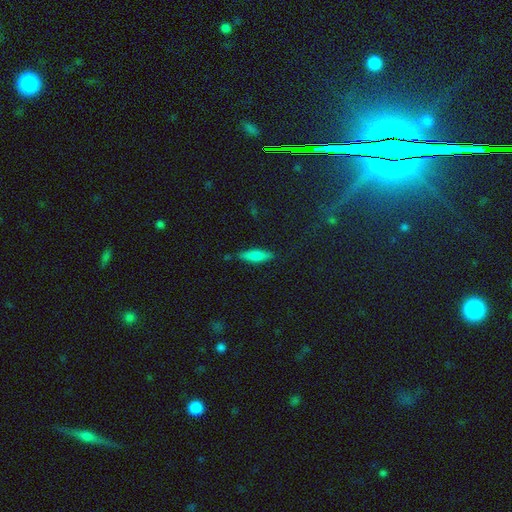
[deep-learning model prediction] Overall: smooth (75%). How rounded: cigar-shaped (61%; in between 37%). Merging: none (82%).